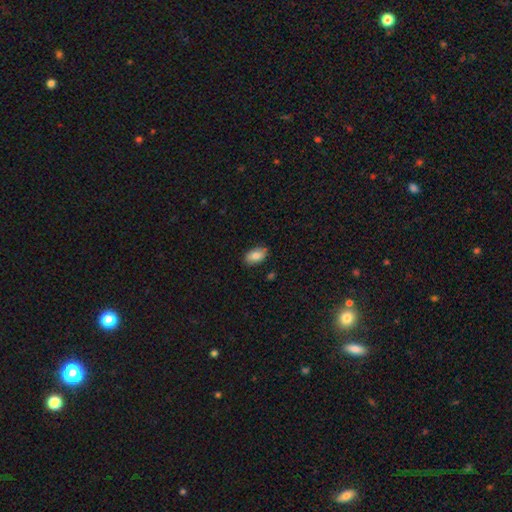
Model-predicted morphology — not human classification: smooth_or_featured: smooth (p=0.79) [alt: featured or disk p=0.13]
how_rounded: in between (p=0.93) [alt: round p=0.06]
merging: none (p=0.85) [alt: minor disturbance p=0.12]